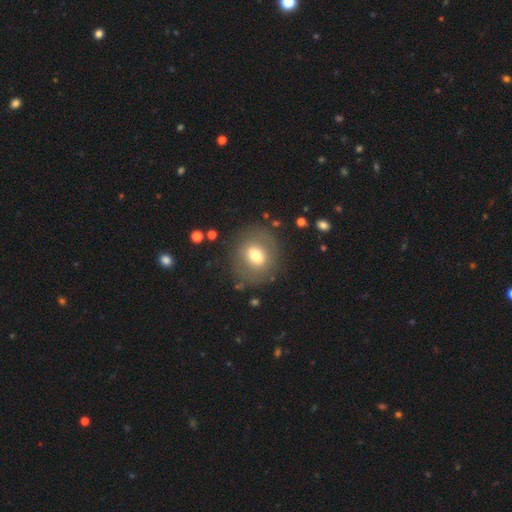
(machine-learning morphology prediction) The model was most divided on "smooth or featured": smooth: 63%, featured or disk: 27%, star or artifact: 10%. More confident: merging — none (81%); how rounded — round (68%).